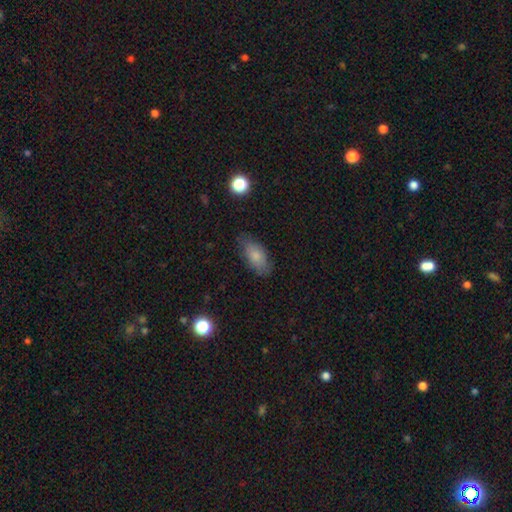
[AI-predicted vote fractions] This is likely a smooth galaxy (78%). How rounded: clearly in between (89%). Merging: likely none (75%).